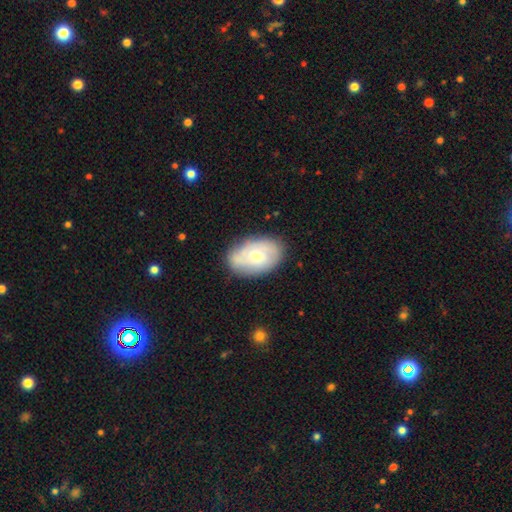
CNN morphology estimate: A featured or disk galaxy (50%). Merging: none (73%).